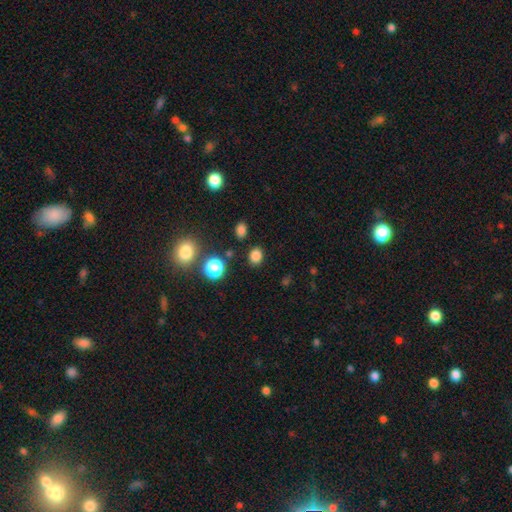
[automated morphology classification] Smooth or featured: smooth — 81% (star or artifact — 15%)
How rounded: round — 57% (in between — 42%)
Merging: none — 85% (minor disturbance — 8%)